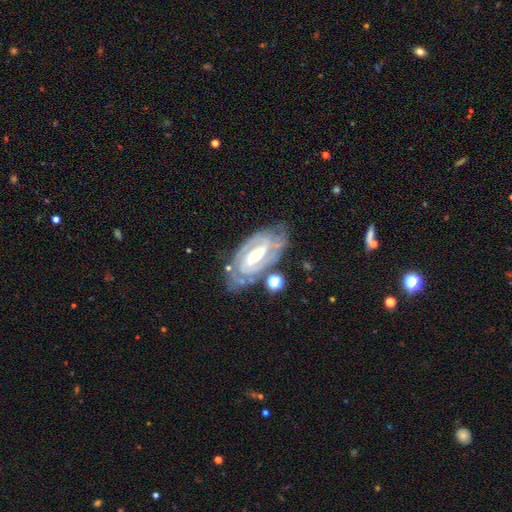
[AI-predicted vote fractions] A featured or disk galaxy (88%) with a strong bar (42%), 2 (65%) tight (67%) spiral arms (96%) and a moderate central bulge (48%, tied with small).

Vote fractions:
- Smooth or featured? featured or disk: 88% / smooth: 6% / star or artifact: 5%
- Edge-on disk? no: 94% / yes: 6%
- Bar? strong: 42% / weak: 36% / no: 22%
- Spiral arms? yes: 96% / no: 4%
- Spiral winding? tight: 67% / medium: 28% / loose: 5%
- Spiral arm count? 2: 65% / can't tell: 15% / 3: 12% / 4: 3% / 1: 3% / more than 4: 2%
- Bulge size? moderate: 48% (tied) / small: 48% (tied) / large: 2% / none: 1% / dominant: 1%
- Merging? none: 73% / minor disturbance: 18% / major disturbance: 6% / merger: 4%